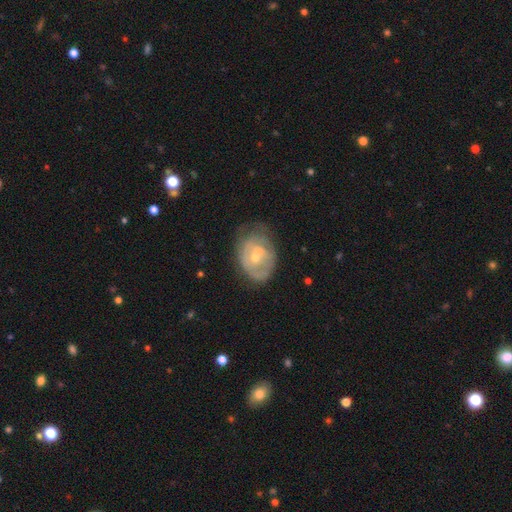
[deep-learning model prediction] A featured or disk galaxy (62%) with no bar (76%), no spiral arms (64%) and a small central bulge (47%, tied with moderate). Merging: none (34%).